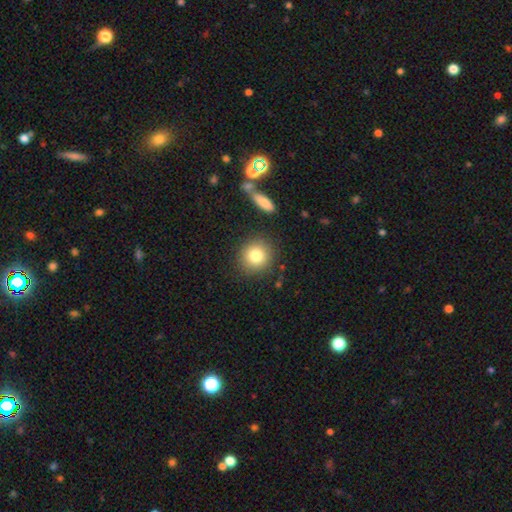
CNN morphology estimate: Smooth or featured: smooth — 81% (star or artifact — 10%)
How rounded: round — 90% (in between — 9%)
Merging: none — 86% (minor disturbance — 8%)